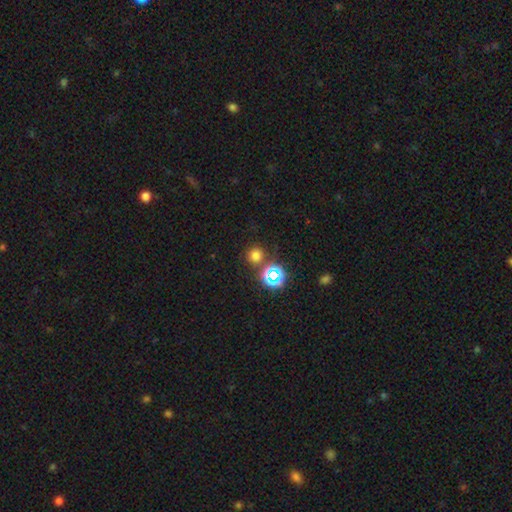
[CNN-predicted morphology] smooth 68%, star or artifact 26%, featured or disk 6%. Down the decision tree: how rounded — round (92%); merging — none (79%).